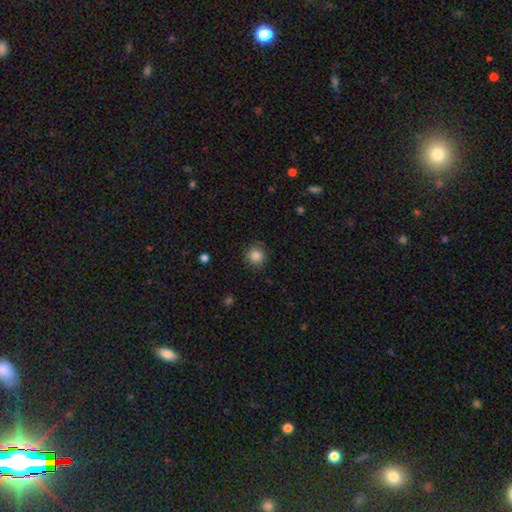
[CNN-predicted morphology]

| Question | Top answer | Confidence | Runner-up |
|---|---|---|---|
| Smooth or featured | smooth | 85% | star or artifact (10%) |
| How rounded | round | 94% | in between (5%) |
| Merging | none | 85% | minor disturbance (10%) |